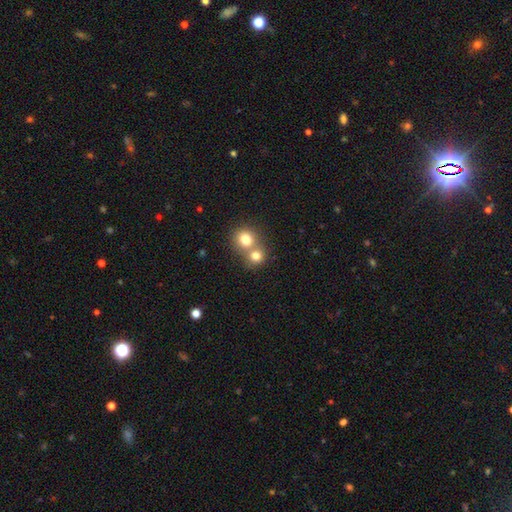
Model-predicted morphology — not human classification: Q: Smooth or featured?
A: smooth (77%); runner-up: star or artifact (12%)
Q: How rounded?
A: round (82%); runner-up: in between (17%)
Q: Merging?
A: merger (56%); runner-up: none (36%)